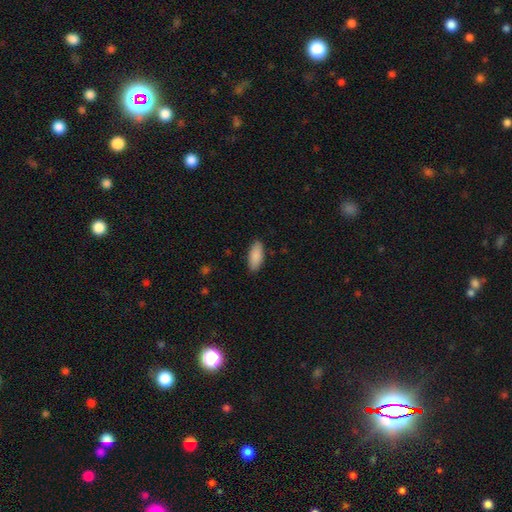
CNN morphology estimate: Smooth or featured: smooth — 89% (star or artifact — 6%)
How rounded: in between — 85% (cigar-shaped — 14%)
Merging: none — 87% (minor disturbance — 10%)